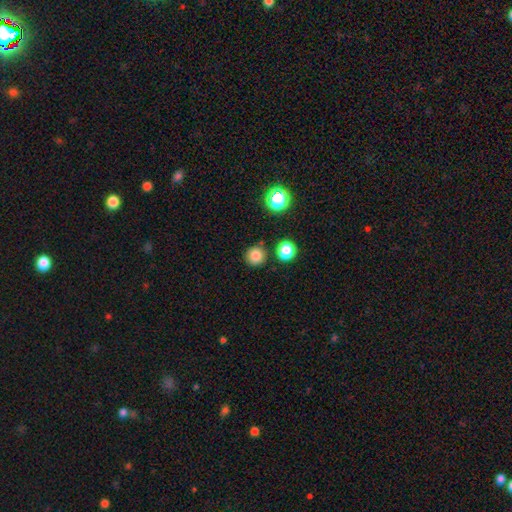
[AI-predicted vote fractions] Morphology: type=smooth (81%); roundness=round (94%); merging=none (84%).